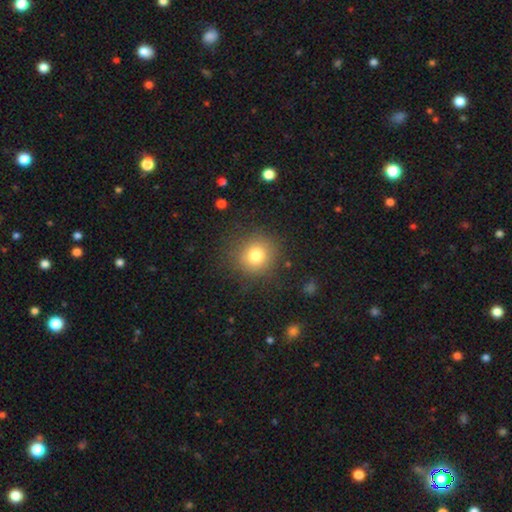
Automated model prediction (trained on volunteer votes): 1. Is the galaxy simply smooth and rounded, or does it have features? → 77% smooth, 13% star or artifact, 9% featured or disk.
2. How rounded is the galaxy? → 90% round, 9% in between, 1% cigar-shaped.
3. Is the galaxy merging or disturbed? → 85% none, 9% minor disturbance, 5% major disturbance, 1% merger.